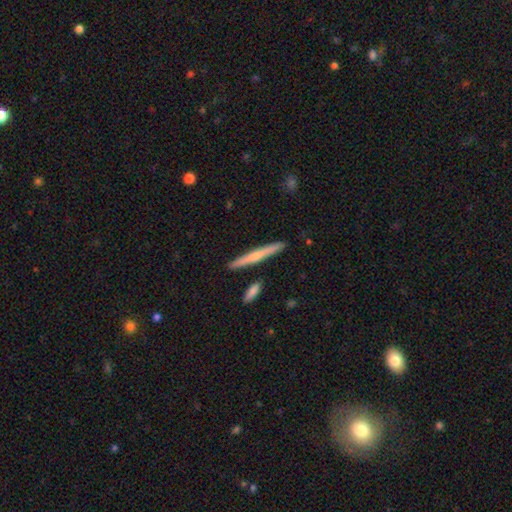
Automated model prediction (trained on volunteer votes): Smooth or featured: featured or disk — 49% (smooth — 45%)
Merging: none — 89% (minor disturbance — 7%)